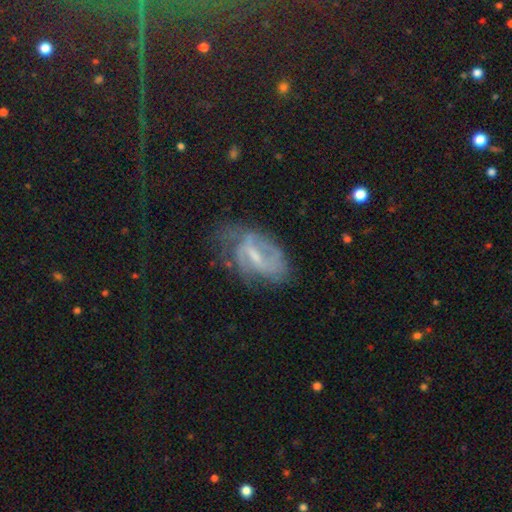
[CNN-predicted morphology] The model was most divided on "spiral winding": medium: 42%, tight: 36%, loose: 22%. Remaining: edge-on disk — no (94%); spiral arms — yes (79%); smooth or featured — featured or disk (71%); bar — weak (52%); bulge size — small (49%); merging — none (48%); spiral arm count — 2 (45%).